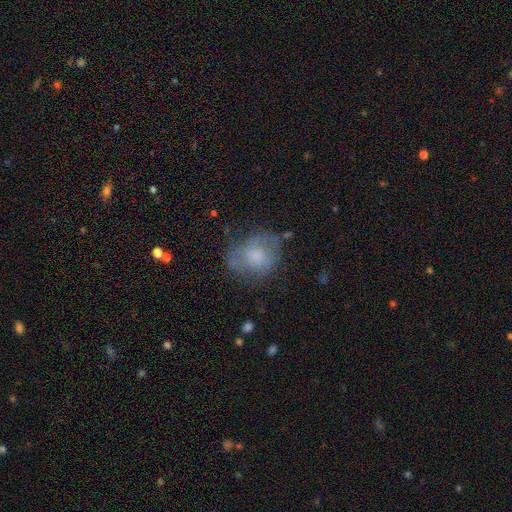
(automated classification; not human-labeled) This is possibly a smooth galaxy (55%). How rounded: possibly round (52%). Merging: possibly none (53%).